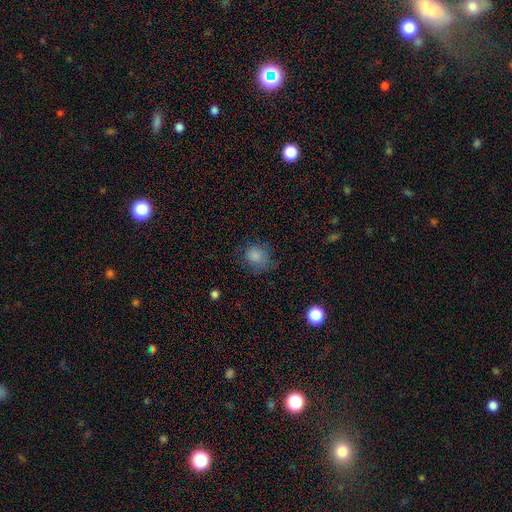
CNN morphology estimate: Overall: smooth (81%). How rounded: round (74%). Merging: none (65%).